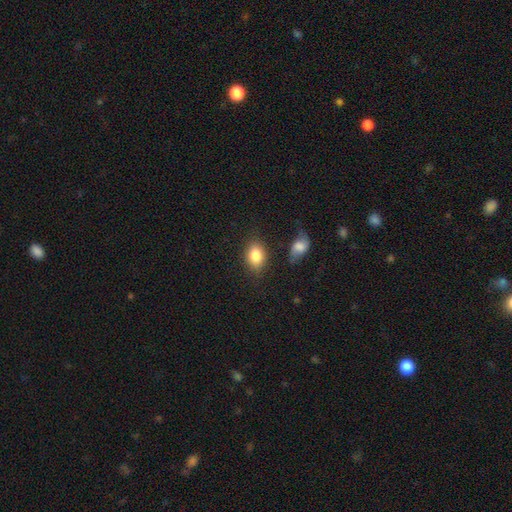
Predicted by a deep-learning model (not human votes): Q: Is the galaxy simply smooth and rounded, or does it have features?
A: smooth — 83%.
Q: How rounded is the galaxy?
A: in between — 76%.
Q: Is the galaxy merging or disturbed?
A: none — 78%.